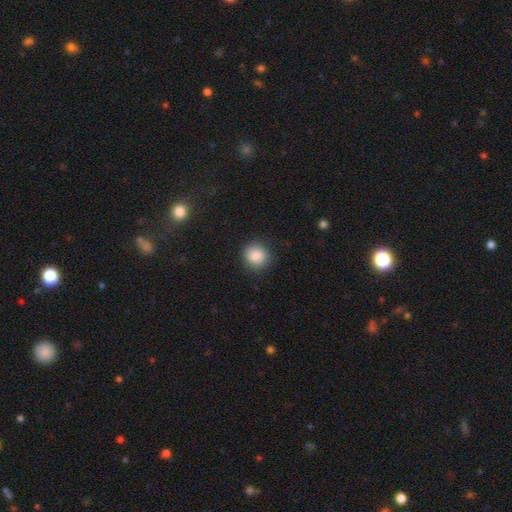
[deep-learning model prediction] The model was most divided on "how rounded": round: 87%, in between: 12%, cigar-shaped: 1%. More confident: smooth or featured — smooth (87%); merging — none (87%).